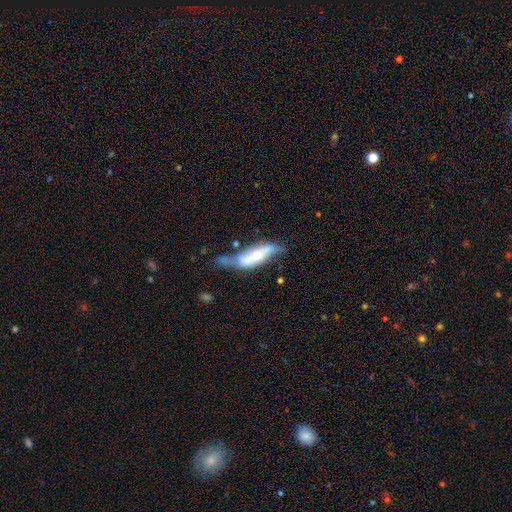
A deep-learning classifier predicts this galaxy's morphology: A featured or disk galaxy (58%).

Vote fractions:
- Smooth or featured? featured or disk: 58% / smooth: 36% / star or artifact: 6%
- Edge-on disk? no: 66% / yes: 34%
- Merging? none: 34% / minor disturbance: 28% / major disturbance: 19% / merger: 19%